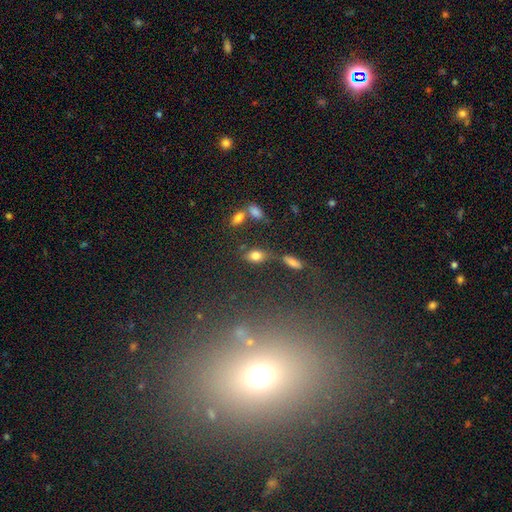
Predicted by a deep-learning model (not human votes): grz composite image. It shows a smooth galaxy with no disk features (78%) that is in between round and cigar-shaped (81%). Merging: none (58%).